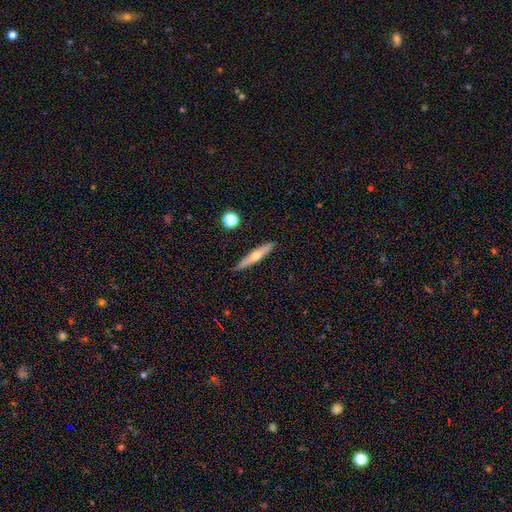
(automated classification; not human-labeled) featured or disk 53%, smooth 40%, star or artifact 7%. Down the decision tree: edge-on disk — yes (92%); merging — none (88%).